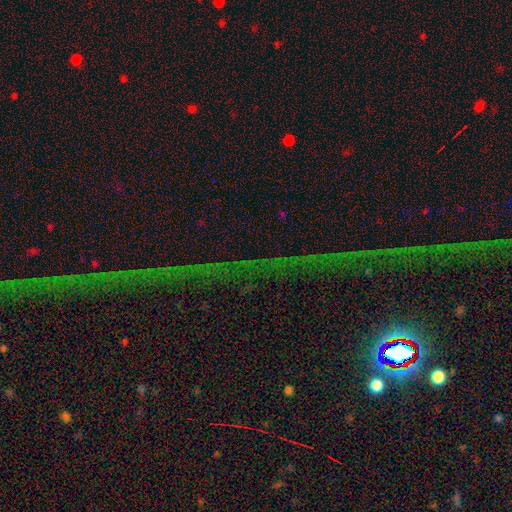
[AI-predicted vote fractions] Overall: star or artifact (79%).